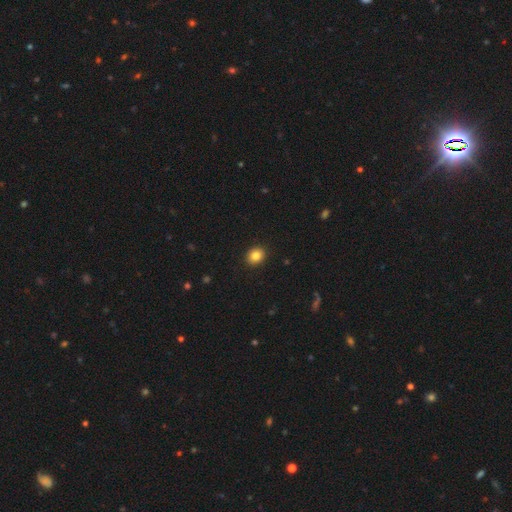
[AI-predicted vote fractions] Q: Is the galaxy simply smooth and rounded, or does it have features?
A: smooth — 85%.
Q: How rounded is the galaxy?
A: round — 69%.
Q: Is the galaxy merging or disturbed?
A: none — 92%.